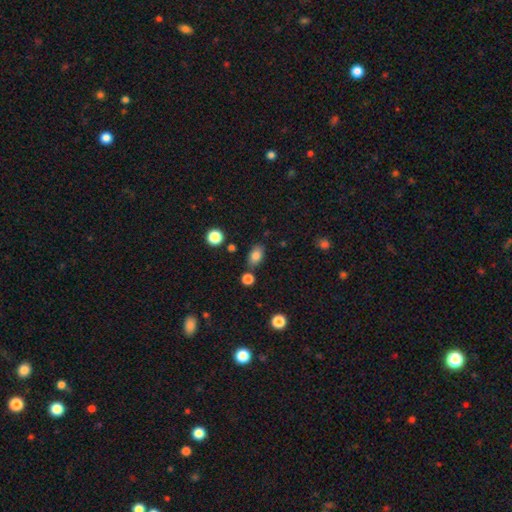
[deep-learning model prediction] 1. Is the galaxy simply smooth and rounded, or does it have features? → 83% smooth, 10% star or artifact, 7% featured or disk.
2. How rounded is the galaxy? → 84% in between, 14% round, 2% cigar-shaped.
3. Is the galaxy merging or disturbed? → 75% none, 13% minor disturbance, 8% merger, 3% major disturbance.